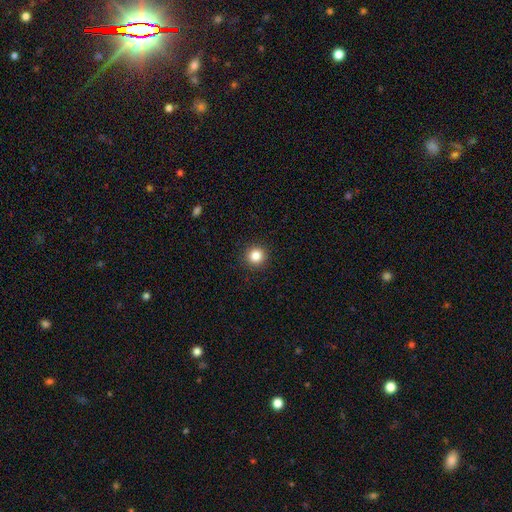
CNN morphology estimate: A smooth galaxy with no disk features (85%) that is round (95%). Merging: none (92%).